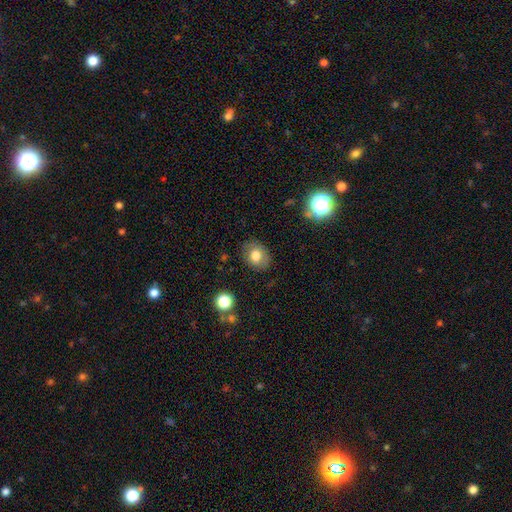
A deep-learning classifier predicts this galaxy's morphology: This appears to be a smooth galaxy with no disk features (74%) that is round (51%). Merging: none (82%).